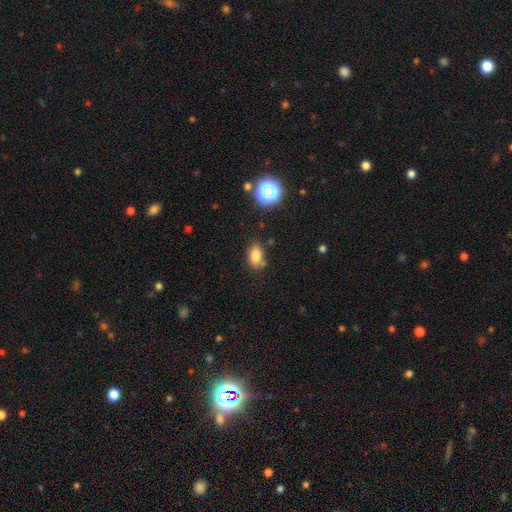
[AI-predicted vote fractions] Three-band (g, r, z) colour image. It shows a smooth galaxy with no disk features (81%) that is in between round and cigar-shaped (84%). Merging: none (73%).